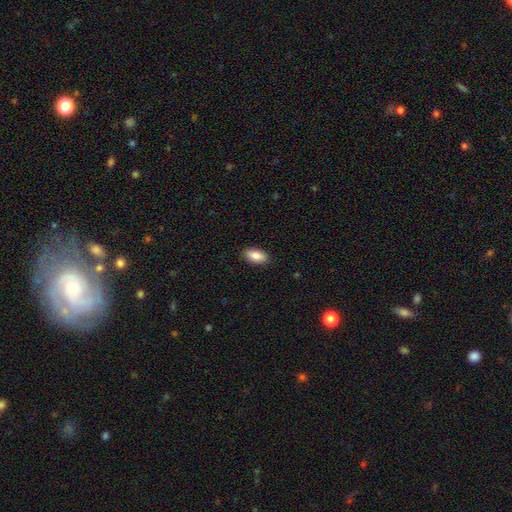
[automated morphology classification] Smooth or featured?
  - smooth: 86% *
  - featured or disk: 7%
  - star or artifact: 7%
How rounded?
  - in between: 93% *
  - round: 4%
  - cigar-shaped: 3%
Merging?
  - none: 89% *
  - minor disturbance: 8%
  - major disturbance: 2%
  - merger: 1%